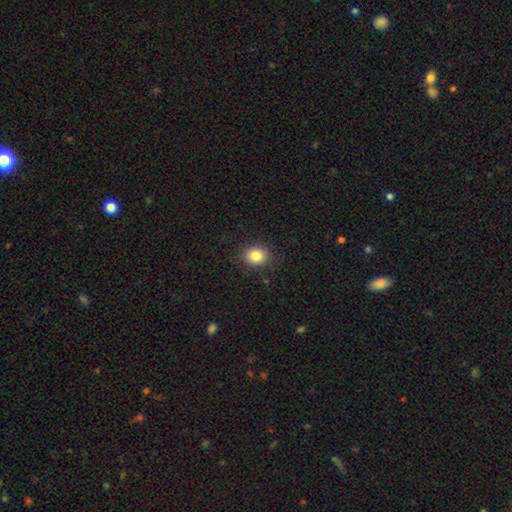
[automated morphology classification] smooth 84%, star or artifact 10%, featured or disk 6%. Down the decision tree: how rounded — round (62%); merging — none (87%).